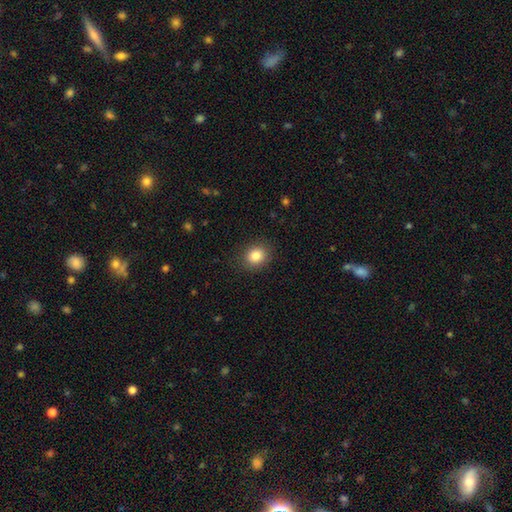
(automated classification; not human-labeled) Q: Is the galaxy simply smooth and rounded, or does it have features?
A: smooth — 84%.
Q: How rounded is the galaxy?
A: round — 66%.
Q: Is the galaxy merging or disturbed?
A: none — 87%.